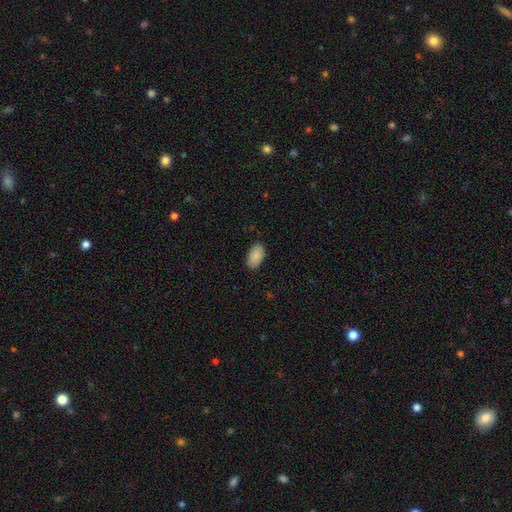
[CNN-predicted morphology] Overall: smooth (89%). How rounded: in between (94%). Merging: none (86%).